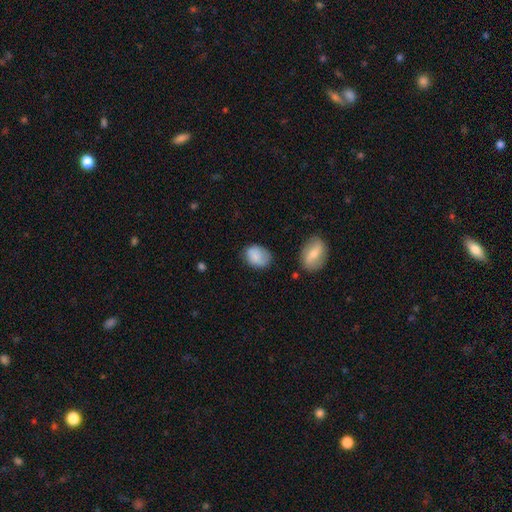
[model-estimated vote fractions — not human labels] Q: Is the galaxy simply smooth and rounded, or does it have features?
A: smooth — 81%.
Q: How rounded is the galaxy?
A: in between — 67%.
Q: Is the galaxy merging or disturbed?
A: none — 64%.